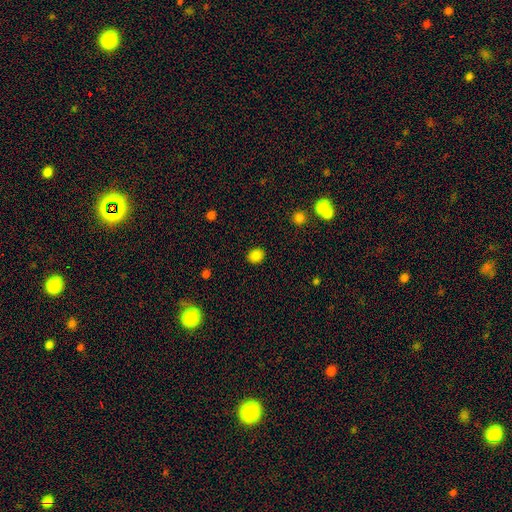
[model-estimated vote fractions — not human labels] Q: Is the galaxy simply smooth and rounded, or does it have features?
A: smooth — 85%.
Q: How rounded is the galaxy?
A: round — 68%.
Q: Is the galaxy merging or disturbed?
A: none — 89%.